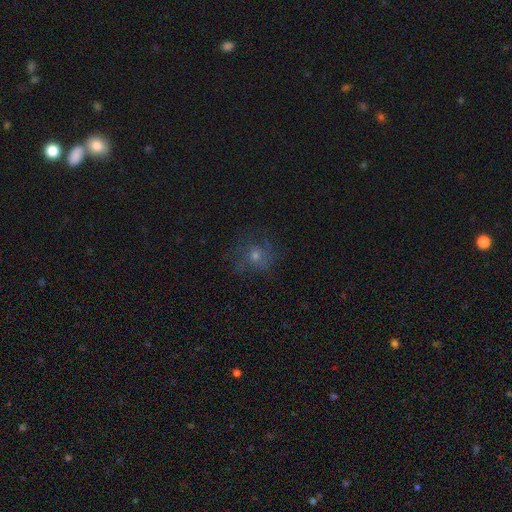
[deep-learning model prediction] This appears to be a smooth galaxy with no disk features (41%). Merging: none (72%).